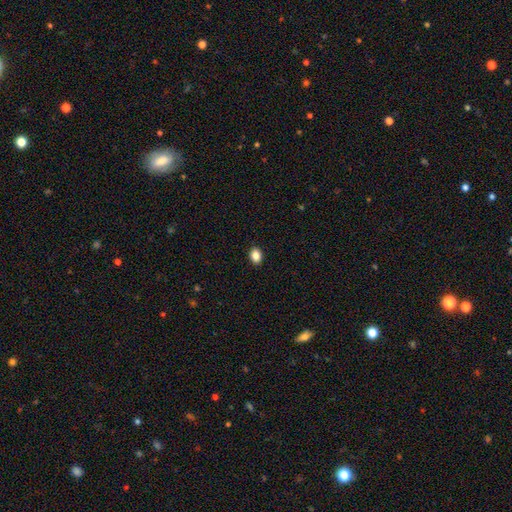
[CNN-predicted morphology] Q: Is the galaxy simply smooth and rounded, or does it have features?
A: smooth — 86%.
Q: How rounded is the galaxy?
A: in between — 65%.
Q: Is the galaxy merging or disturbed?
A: none — 91%.